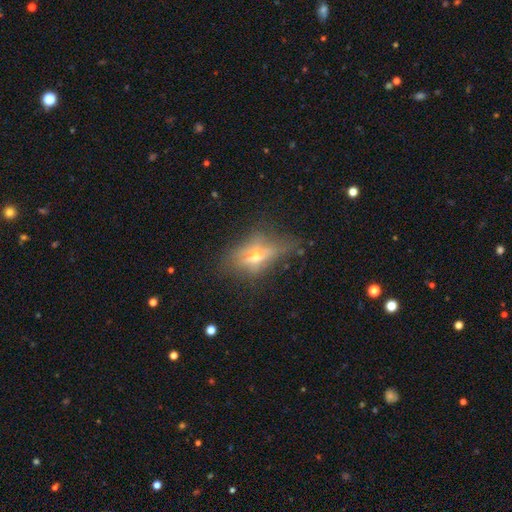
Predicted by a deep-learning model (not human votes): Smooth or featured? featured or disk (54%)
Edge-on disk? yes (66%)
Merging? none (55%)